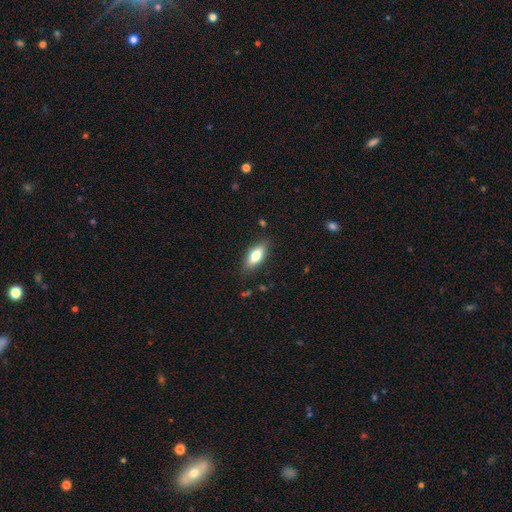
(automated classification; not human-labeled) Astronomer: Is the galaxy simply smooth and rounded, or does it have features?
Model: smooth — 73%.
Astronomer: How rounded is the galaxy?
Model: in between — 79%.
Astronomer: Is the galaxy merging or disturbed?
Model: none — 84%.